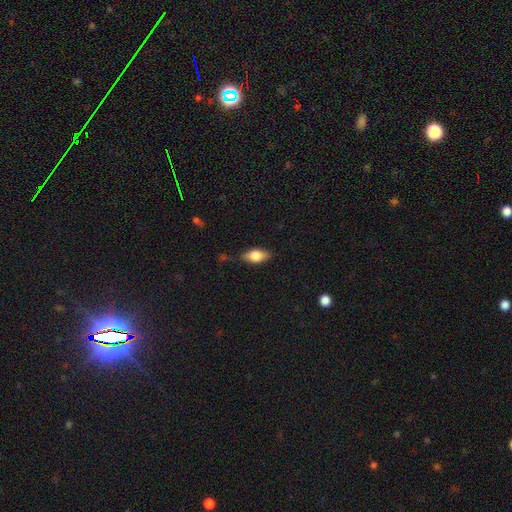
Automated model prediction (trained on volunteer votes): Smooth or featured?
  - smooth: 72% *
  - featured or disk: 21%
  - star or artifact: 7%
How rounded?
  - in between: 85% *
  - cigar-shaped: 9%
  - round: 5%
Merging?
  - none: 74% *
  - minor disturbance: 20%
  - major disturbance: 4%
  - merger: 2%